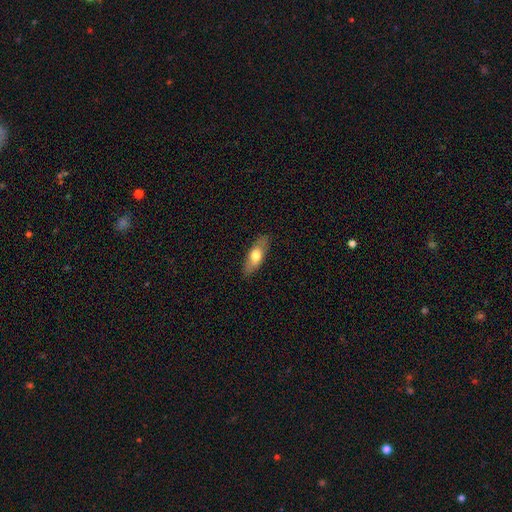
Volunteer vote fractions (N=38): A smooth galaxy with no disk features (68%) that is in between round and cigar-shaped (81%).

Vote fractions:
- Smooth or featured? smooth: 68% / featured or disk: 29% / star or artifact: 3%
- How rounded? in between: 81% / cigar-shaped: 19% / round: 0%
- Merging? none: 86% / minor disturbance: 14% / major disturbance: 0% / merger: 0%